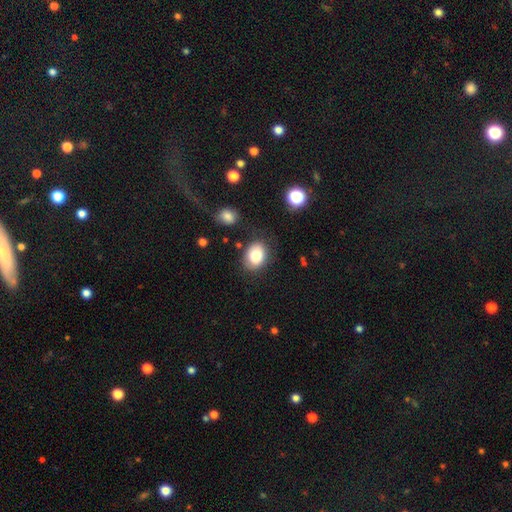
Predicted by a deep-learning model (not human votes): Smooth or featured? Predicted: smooth (p=0.83). How rounded? Predicted: in between (p=0.63). Merging? Predicted: none (p=0.79).